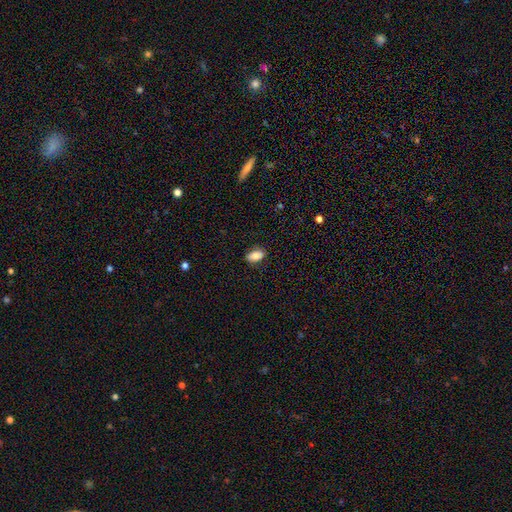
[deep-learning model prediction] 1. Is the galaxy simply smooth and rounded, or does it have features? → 85% smooth, 8% featured or disk, 8% star or artifact.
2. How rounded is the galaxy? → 90% in between, 7% round, 3% cigar-shaped.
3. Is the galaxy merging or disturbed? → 85% none, 11% minor disturbance, 2% major disturbance, 1% merger.